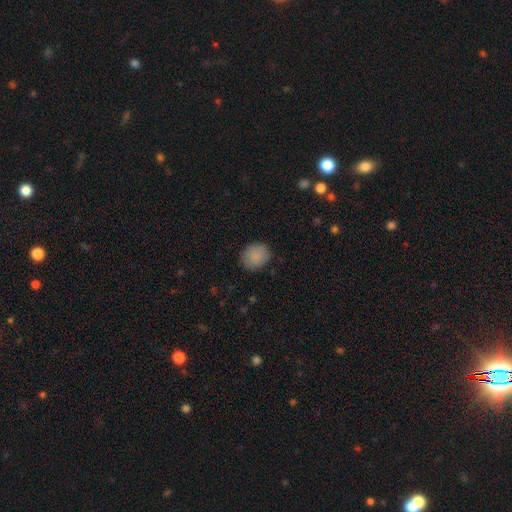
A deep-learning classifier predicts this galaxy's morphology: smooth 87%, star or artifact 8%, featured or disk 5%. Down the decision tree: how rounded — round (69%); merging — none (84%).